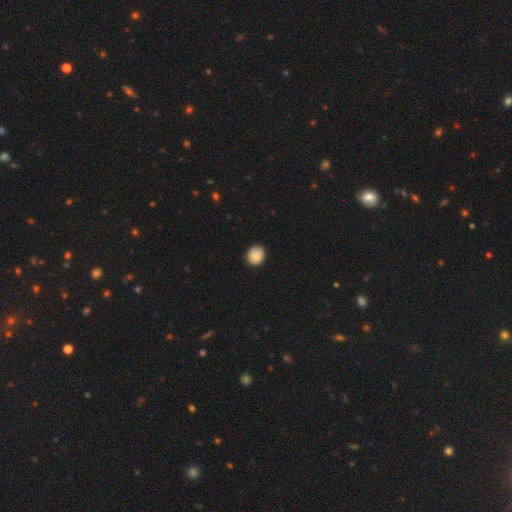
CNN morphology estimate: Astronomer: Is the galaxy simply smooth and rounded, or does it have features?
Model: smooth — 88%.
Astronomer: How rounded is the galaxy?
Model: round — 83%.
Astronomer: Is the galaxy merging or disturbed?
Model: none — 89%.